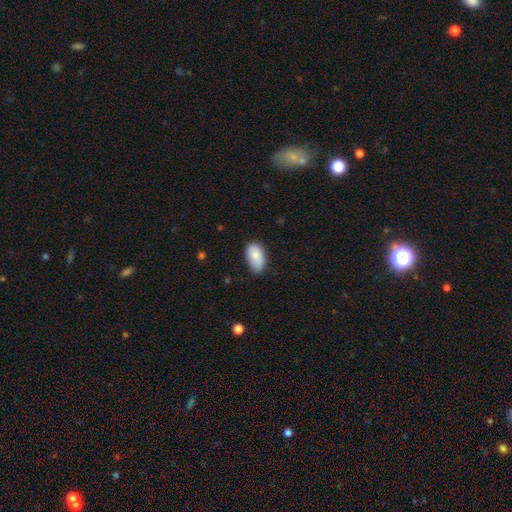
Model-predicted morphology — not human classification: Q: Smooth or featured?
A: smooth (84%); runner-up: featured or disk (9%)
Q: How rounded?
A: in between (94%); runner-up: round (4%)
Q: Merging?
A: none (73%); runner-up: minor disturbance (22%)